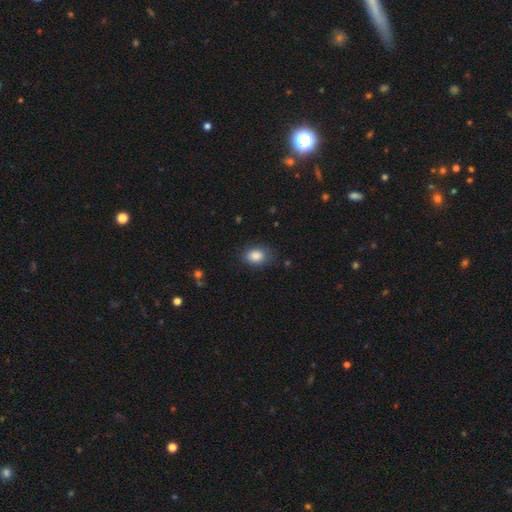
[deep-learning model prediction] Morphology: type=smooth (86%); roundness=in between (75%); merging=none (79%).